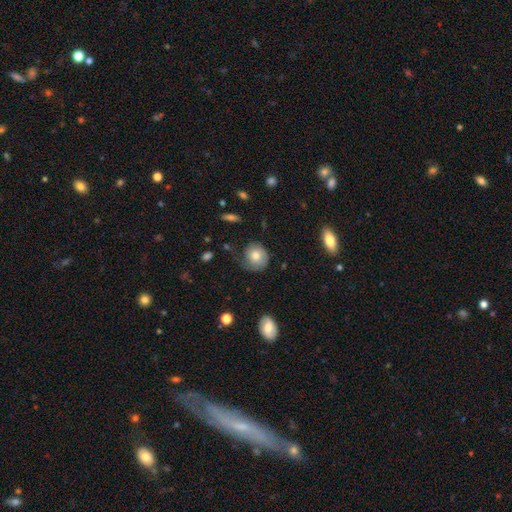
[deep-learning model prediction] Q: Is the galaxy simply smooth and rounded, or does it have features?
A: smooth — 67%.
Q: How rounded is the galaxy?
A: round — 80%.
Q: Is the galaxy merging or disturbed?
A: none — 55%.